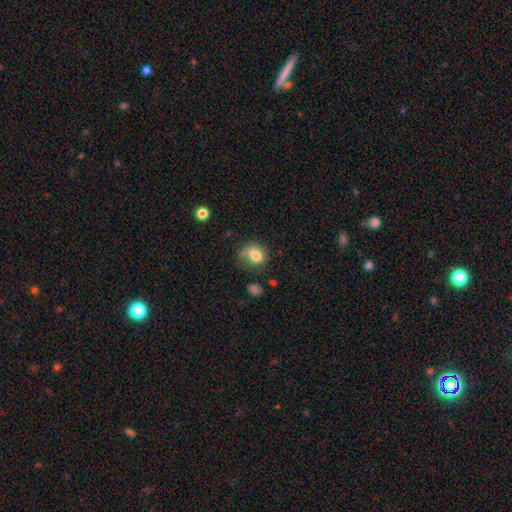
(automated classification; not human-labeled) Smooth or featured? smooth (77%)
How rounded? in between (54%)
Merging? none (41%)